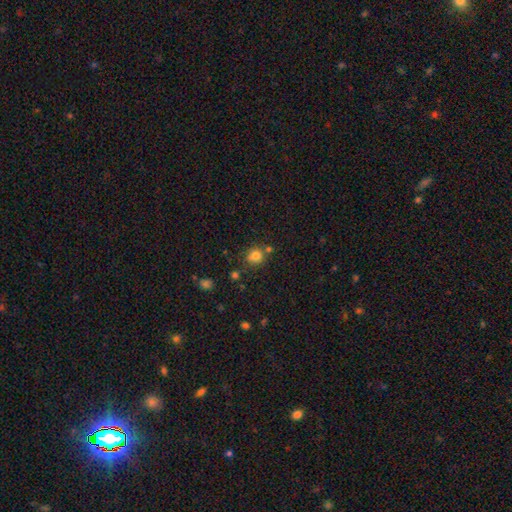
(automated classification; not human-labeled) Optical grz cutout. It shows a smooth galaxy with no disk features (80%) that is round (84%). Merging: none (69%).